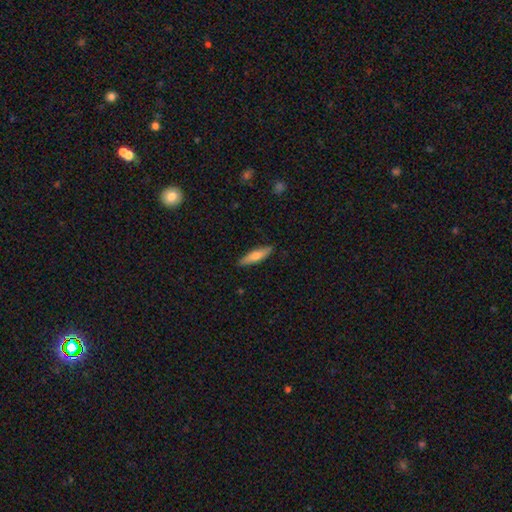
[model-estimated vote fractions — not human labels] smooth 66%, featured or disk 28%, star or artifact 6%. Down the decision tree: how rounded — cigar-shaped (73%); merging — none (88%).